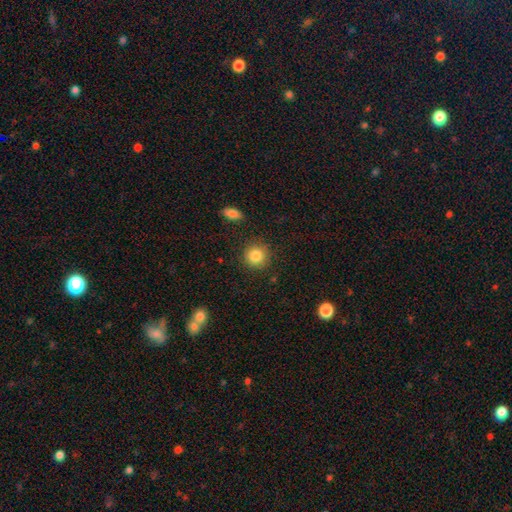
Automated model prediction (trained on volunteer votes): Smooth or featured? smooth (85%)
How rounded? round (91%)
Merging? none (87%)